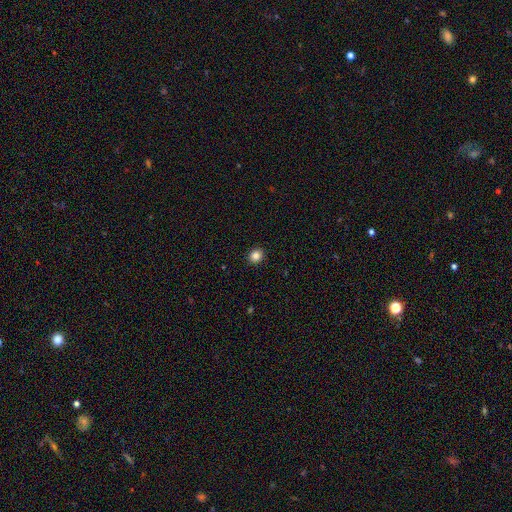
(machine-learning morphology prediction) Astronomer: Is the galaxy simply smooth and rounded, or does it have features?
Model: smooth — 84%.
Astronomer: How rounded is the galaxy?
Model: round — 81%.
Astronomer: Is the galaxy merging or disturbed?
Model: none — 93%.